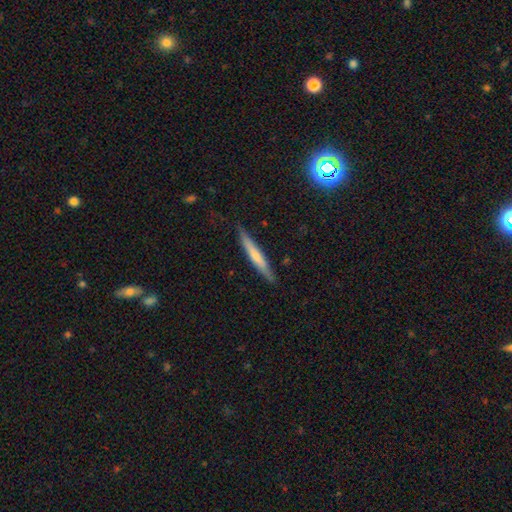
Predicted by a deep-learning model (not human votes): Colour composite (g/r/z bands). It shows a smooth galaxy with no disk features (55%) that is cigar-shaped (95%). Merging: none (86%).